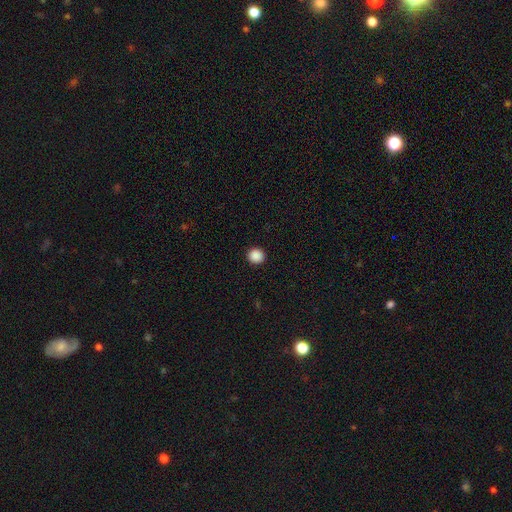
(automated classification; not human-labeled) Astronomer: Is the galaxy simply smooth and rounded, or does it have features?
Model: smooth — 89%.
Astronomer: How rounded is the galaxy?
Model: round — 92%.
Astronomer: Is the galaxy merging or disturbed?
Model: none — 93%.